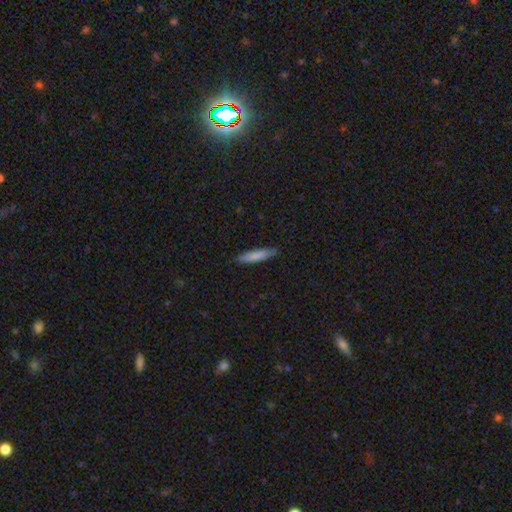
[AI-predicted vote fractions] A smooth galaxy with no disk features (82%) that is cigar-shaped (83%).

Vote fractions:
- Smooth or featured? smooth: 82% / featured or disk: 12% / star or artifact: 6%
- How rounded? cigar-shaped: 83% / in between: 16% / round: 1%
- Merging? none: 86% / minor disturbance: 11% / major disturbance: 2% / merger: 1%